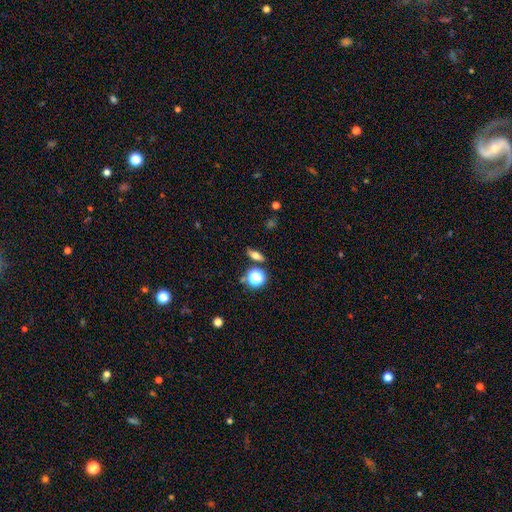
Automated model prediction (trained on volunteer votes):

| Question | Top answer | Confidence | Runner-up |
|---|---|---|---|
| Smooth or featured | smooth | 62% | featured or disk (21%) |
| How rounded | in between | 59% | cigar-shaped (21%) |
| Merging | none | 82% | minor disturbance (10%) |